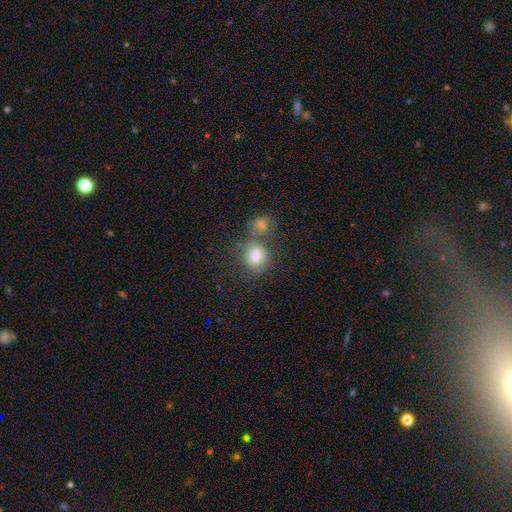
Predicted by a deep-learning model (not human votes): Smooth or featured?
  - smooth: 78% *
  - star or artifact: 12%
  - featured or disk: 11%
How rounded?
  - round: 80% *
  - in between: 19%
  - cigar-shaped: 1%
Merging?
  - none: 57% *
  - merger: 28%
  - minor disturbance: 11%
  - major disturbance: 4%